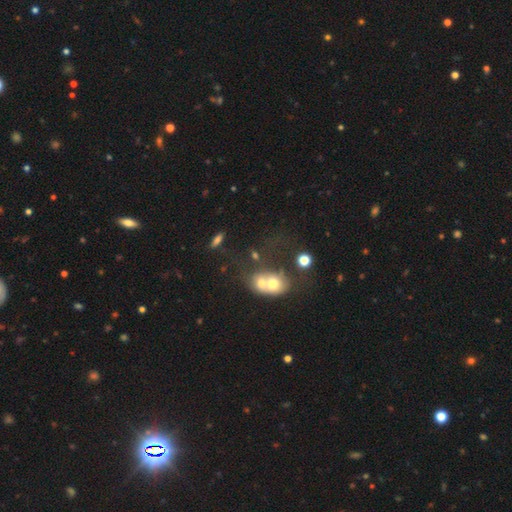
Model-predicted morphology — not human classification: Smooth or featured? smooth (51%)
How rounded? round (56%)
Merging? merger (66%)